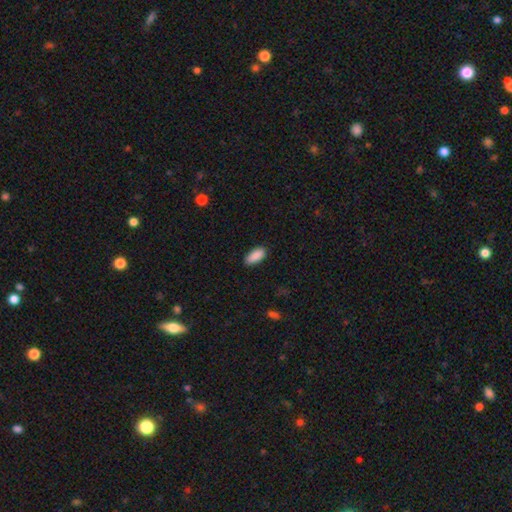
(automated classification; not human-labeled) A smooth galaxy with no disk features (90%) that is in between round and cigar-shaped (89%).

Vote fractions:
- Smooth or featured? smooth: 90% / star or artifact: 6% / featured or disk: 3%
- How rounded? in between: 89% / cigar-shaped: 9% / round: 2%
- Merging? none: 86% / minor disturbance: 11% / major disturbance: 2% / merger: 1%